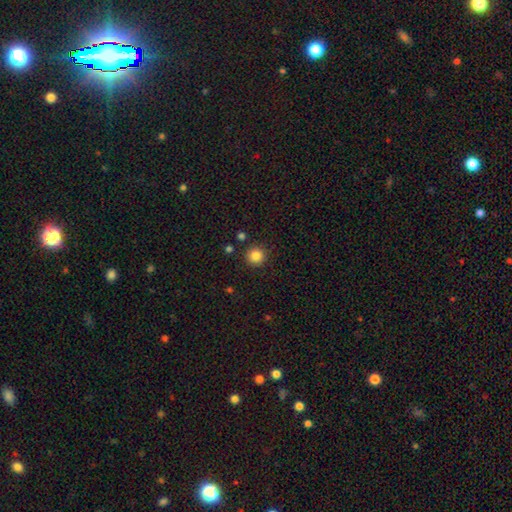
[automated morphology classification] A smooth galaxy with no disk features (85%) that is round (95%). Merging: none (89%).